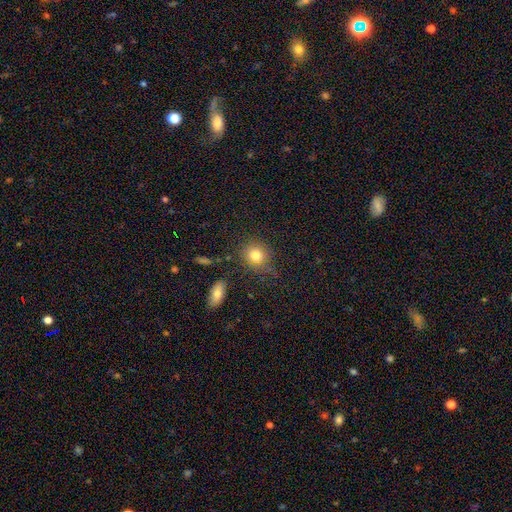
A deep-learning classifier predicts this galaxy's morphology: A smooth galaxy with no disk features (80%) that is round (85%). Merging: none (79%).